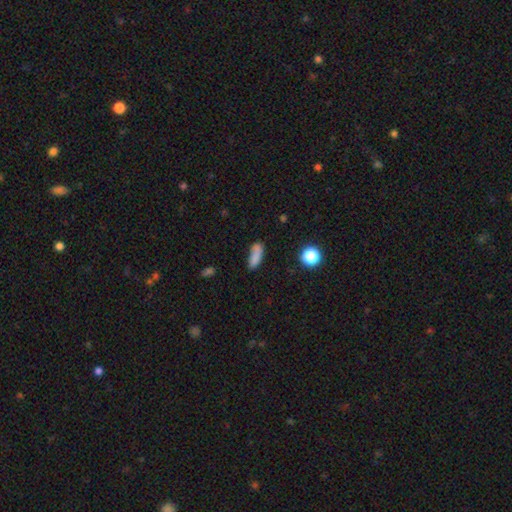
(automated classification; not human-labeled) smooth 81%, star or artifact 11%, featured or disk 8%. Down the decision tree: how rounded — in between (58%); merging — none (61%).